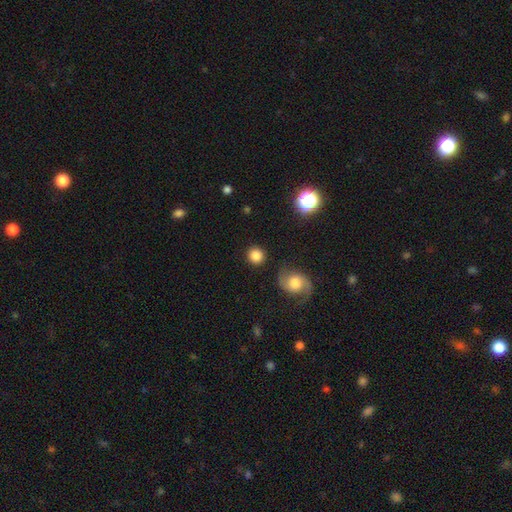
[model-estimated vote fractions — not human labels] A smooth galaxy with no disk features (83%) that is round (91%).

Vote fractions:
- Smooth or featured? smooth: 83% / star or artifact: 10% / featured or disk: 7%
- How rounded? round: 91% / in between: 8% / cigar-shaped: 1%
- Merging? none: 87% / minor disturbance: 7% / merger: 3% / major disturbance: 3%